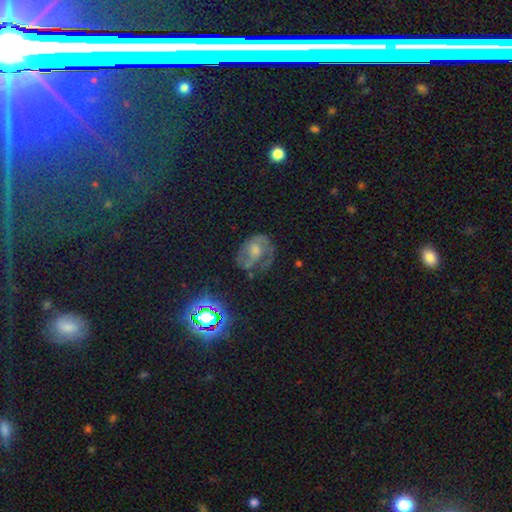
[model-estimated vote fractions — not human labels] Smooth or featured?
  - featured or disk: 58% *
  - star or artifact: 24%
  - smooth: 18%
Edge-on disk?
  - no: 97% *
  - yes: 3%
Bar?
  - no: 64% *
  - weak: 29%
  - strong: 7%
Spiral arms?
  - yes: 85% *
  - no: 15%
Bulge size?
  - moderate: 50% *
  - small: 34%
  - large: 7%
  - none: 7%
  - dominant: 2%
Merging?
  - none: 58% *
  - minor disturbance: 22%
  - major disturbance: 17%
  - merger: 3%